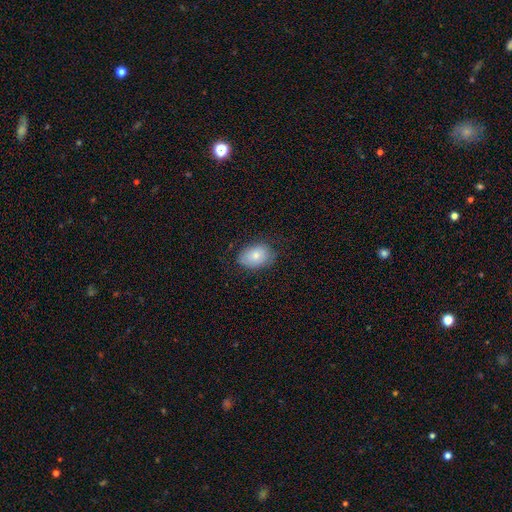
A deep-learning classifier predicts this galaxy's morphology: The model was most divided on "merging": none: 74%, minor disturbance: 20%, major disturbance: 5%, merger: 1%. More confident: how rounded — in between (80%); smooth or featured — smooth (77%).